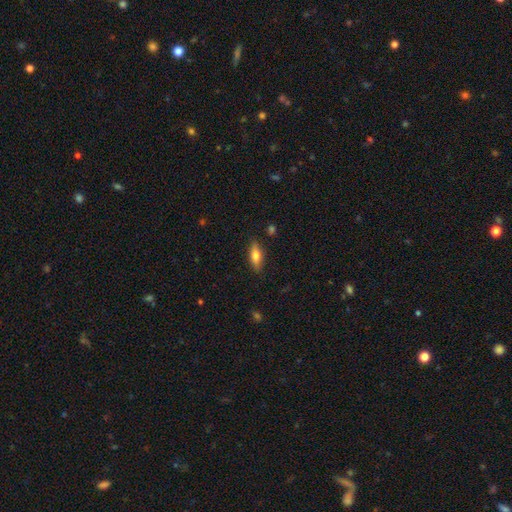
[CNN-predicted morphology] Smooth or featured? Predicted: smooth (p=0.73). How rounded? Predicted: in between (p=0.66). Merging? Predicted: none (p=0.85).